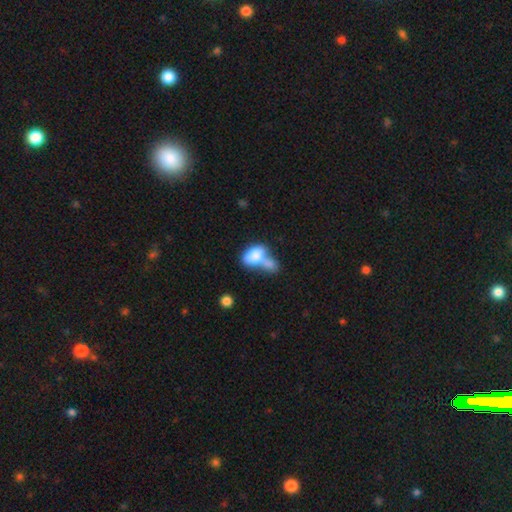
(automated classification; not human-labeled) Smooth or featured? Predicted: smooth (p=0.77). How rounded? Predicted: in between (p=0.88). Merging? Predicted: merger (p=0.68).